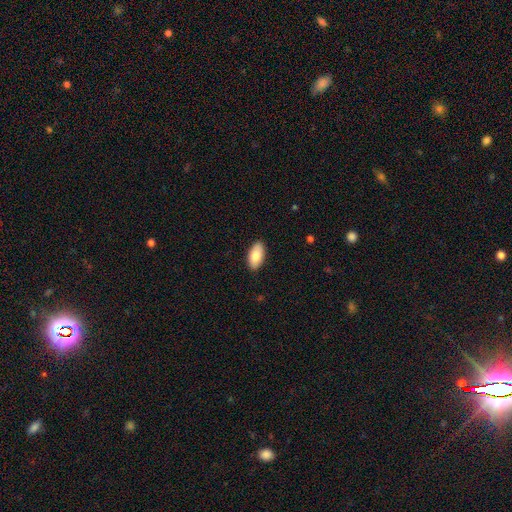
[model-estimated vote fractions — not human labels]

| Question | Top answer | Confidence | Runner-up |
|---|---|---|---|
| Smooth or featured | smooth | 83% | featured or disk (11%) |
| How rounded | in between | 94% | cigar-shaped (4%) |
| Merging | none | 89% | minor disturbance (8%) |